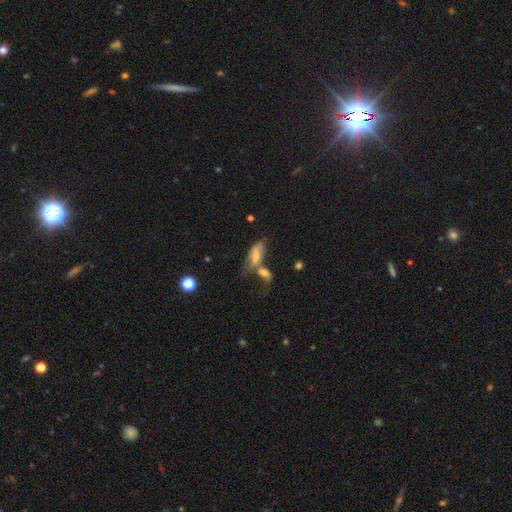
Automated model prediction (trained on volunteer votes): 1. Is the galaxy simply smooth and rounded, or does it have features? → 50% smooth, 40% featured or disk, 10% star or artifact.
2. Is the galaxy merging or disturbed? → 49% merger, 27% none, 13% minor disturbance, 11% major disturbance.